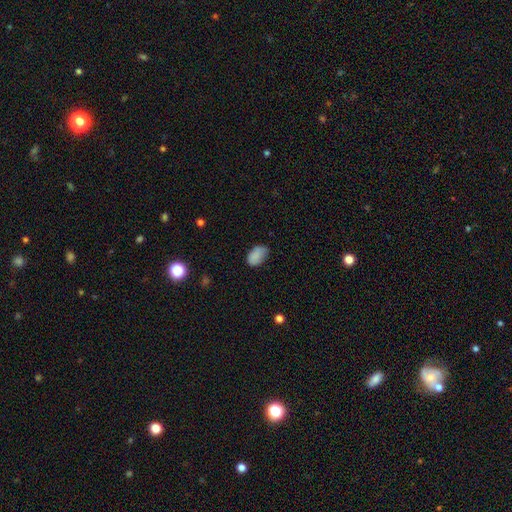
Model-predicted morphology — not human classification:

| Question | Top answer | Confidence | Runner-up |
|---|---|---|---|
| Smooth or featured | smooth | 86% | star or artifact (9%) |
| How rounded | in between | 90% | round (8%) |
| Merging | none | 62% | minor disturbance (30%) |